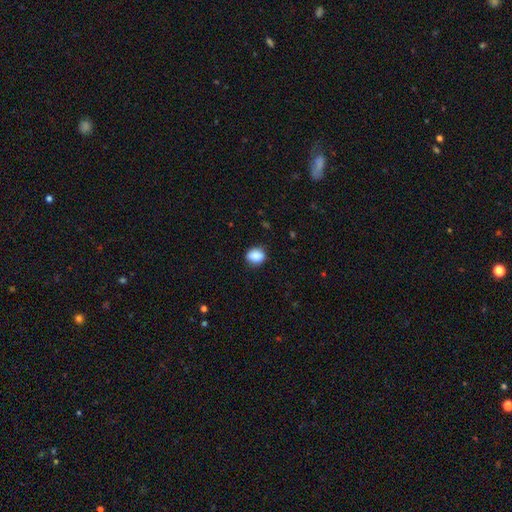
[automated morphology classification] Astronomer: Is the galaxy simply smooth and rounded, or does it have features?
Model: smooth — 87%.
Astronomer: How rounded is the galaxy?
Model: round — 58% (runner-up: in between, 41%).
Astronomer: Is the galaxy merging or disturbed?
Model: none — 82%.